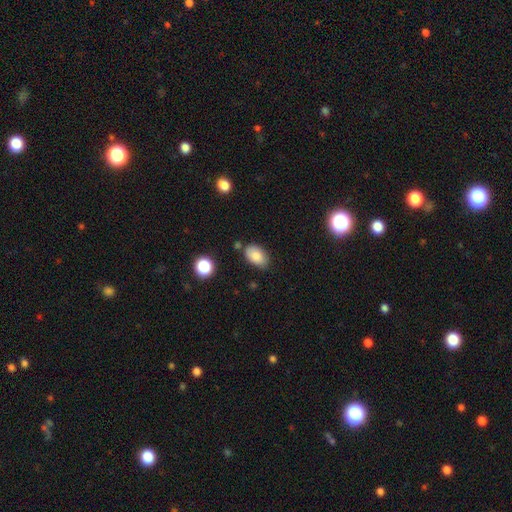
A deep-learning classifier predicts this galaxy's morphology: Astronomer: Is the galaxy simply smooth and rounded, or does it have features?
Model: smooth — 84%.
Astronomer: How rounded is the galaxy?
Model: in between — 91%.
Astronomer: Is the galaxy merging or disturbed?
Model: none — 73%.